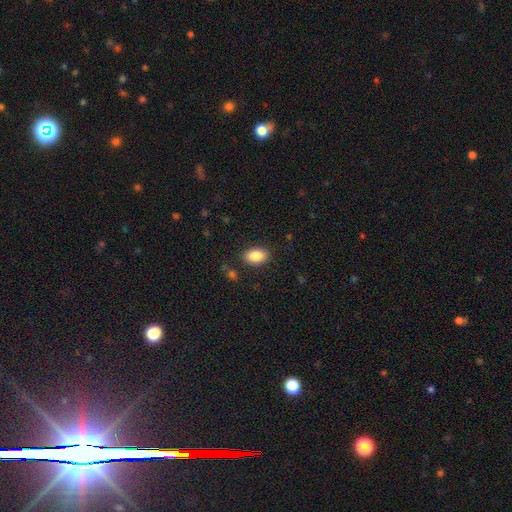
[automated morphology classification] Smooth or featured? smooth (86%)
How rounded? in between (89%)
Merging? none (86%)